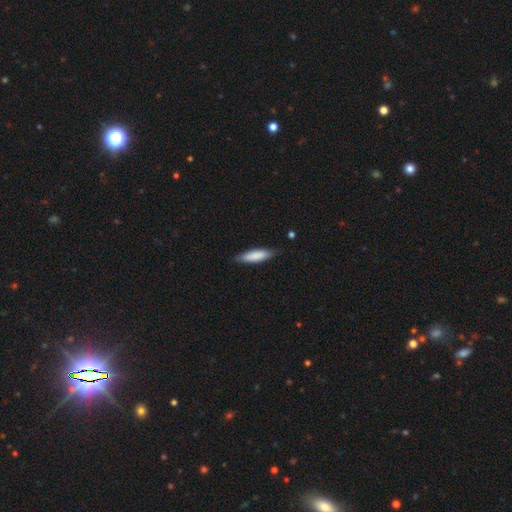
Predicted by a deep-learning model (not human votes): This is clearly a smooth galaxy (83%). How rounded: likely cigar-shaped (62%). Merging: clearly none (82%).